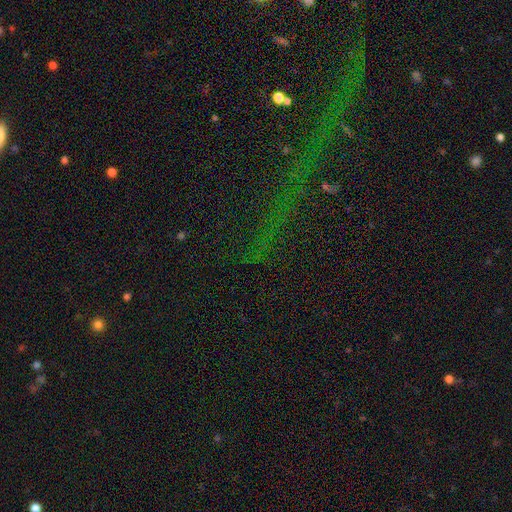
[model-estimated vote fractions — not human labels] Q: Smooth or featured?
A: star or artifact (78%); runner-up: smooth (13%)